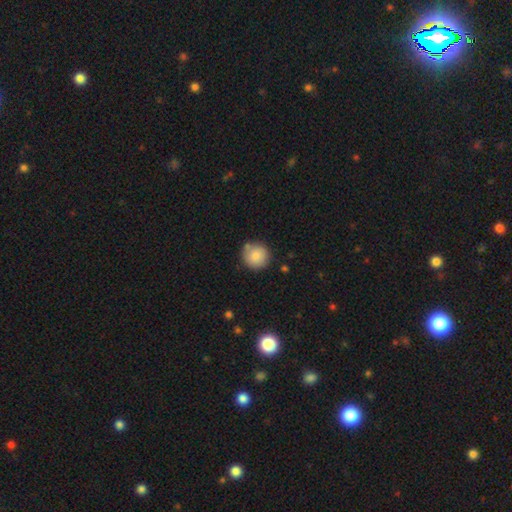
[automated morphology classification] smooth_or_featured: smooth (p=0.85) [alt: star or artifact p=0.08]
how_rounded: round (p=0.94) [alt: in between p=0.05]
merging: none (p=0.79) [alt: minor disturbance p=0.13]